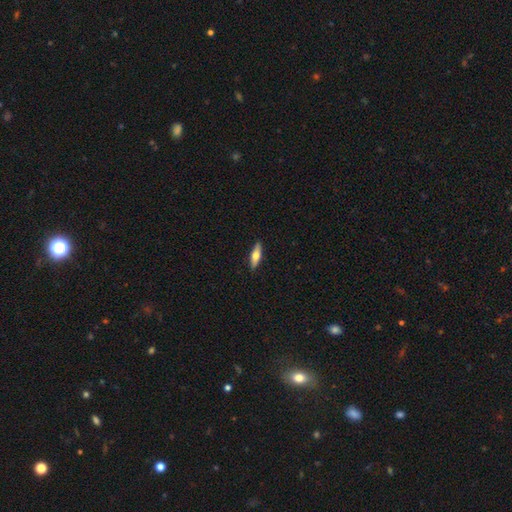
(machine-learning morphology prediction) smooth 52%, featured or disk 42%, star or artifact 6%. Down the decision tree: how rounded — cigar-shaped (56%); merging — none (90%).